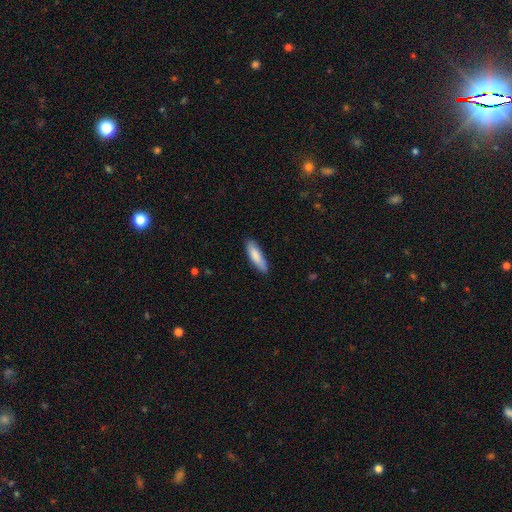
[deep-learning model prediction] A smooth galaxy with no disk features (84%) that is cigar-shaped (61%). Merging: none (81%).